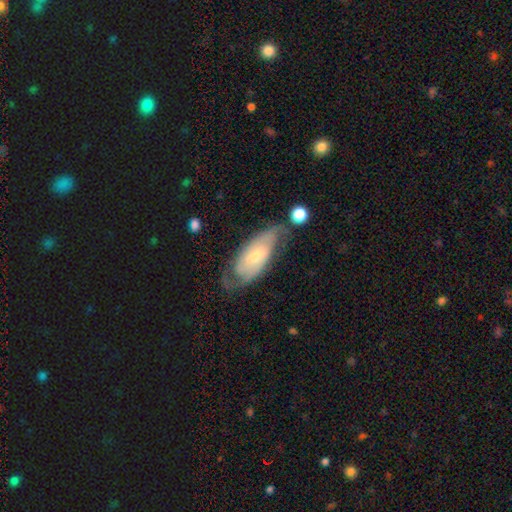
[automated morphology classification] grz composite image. It shows a featured or disk galaxy (75%) with a weak bar (45%), 2 (72%) medium (42%) spiral arms (92%) and a small central bulge (49%). Merging: none (61%).